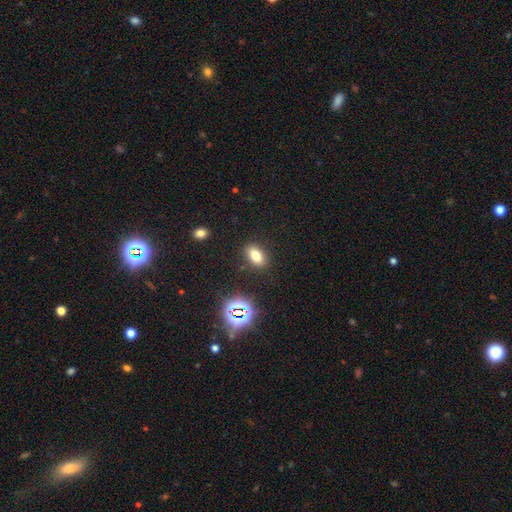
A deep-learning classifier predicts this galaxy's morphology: smooth-or-featured: smooth: 71% | star or artifact: 18% | featured or disk: 10%
  how-rounded: in between: 84% | round: 12% | cigar-shaped: 4%
  merging: none: 86% | minor disturbance: 9% | major disturbance: 3% | merger: 2%